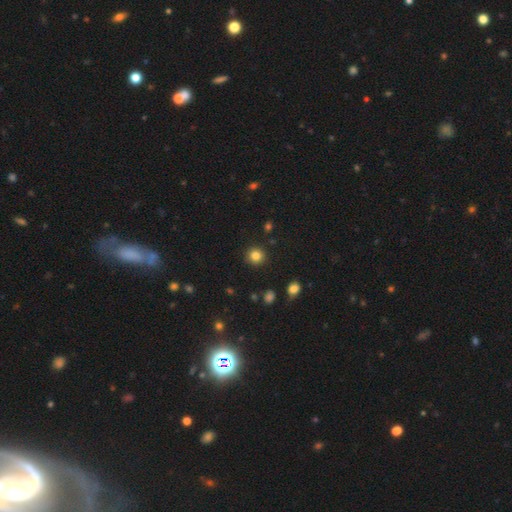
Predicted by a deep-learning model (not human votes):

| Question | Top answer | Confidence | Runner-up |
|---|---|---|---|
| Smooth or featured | smooth | 83% | star or artifact (12%) |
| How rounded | round | 93% | in between (6%) |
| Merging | none | 90% | minor disturbance (6%) |